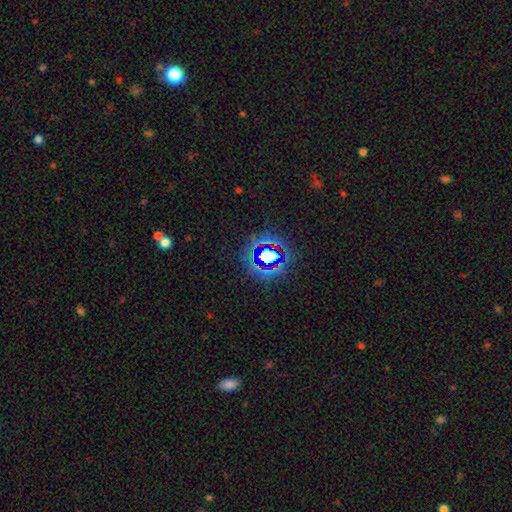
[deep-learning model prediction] Morphology: type=star or artifact (70%).